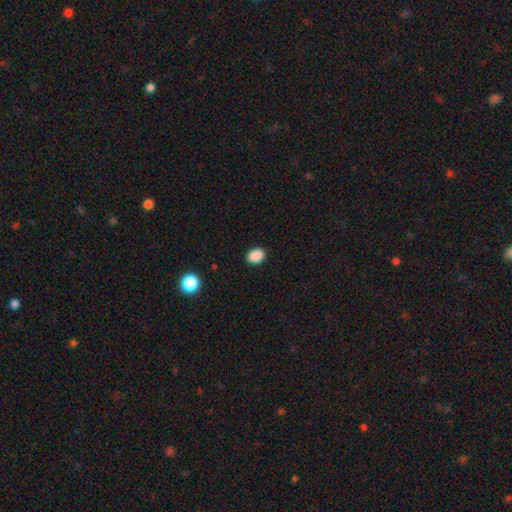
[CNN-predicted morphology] Smooth or featured?
  - smooth: 89% *
  - star or artifact: 9%
  - featured or disk: 2%
How rounded?
  - in between: 58% *
  - round: 41%
  - cigar-shaped: 1%
Merging?
  - none: 90% *
  - minor disturbance: 7%
  - major disturbance: 2%
  - merger: 1%